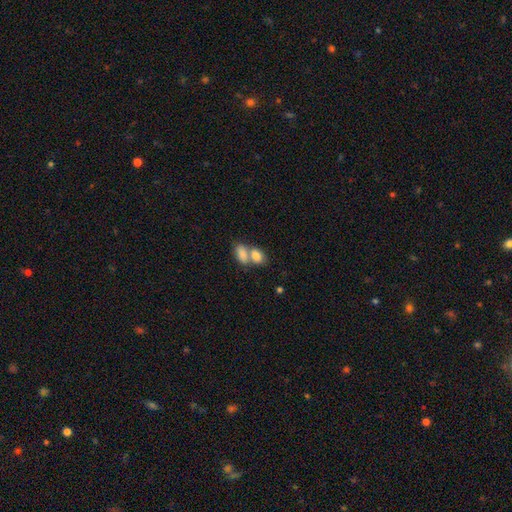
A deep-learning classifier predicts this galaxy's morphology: This appears to be a smooth galaxy with no disk features (81%) that is in between round and cigar-shaped (86%). Merging: merger (65%).